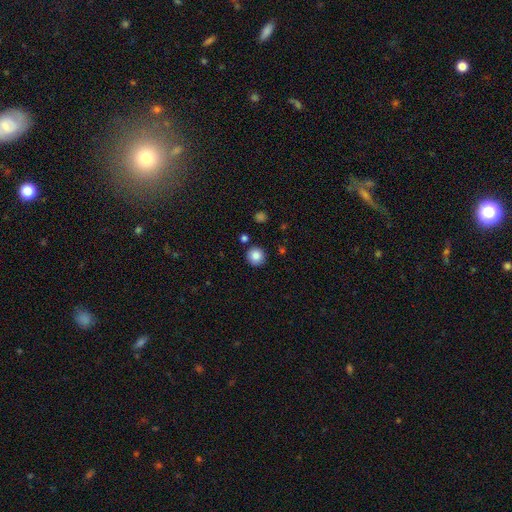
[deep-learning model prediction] A smooth galaxy with no disk features (86%) that is round (95%).

Vote fractions:
- Smooth or featured? smooth: 86% / star or artifact: 9% / featured or disk: 4%
- How rounded? round: 95% / in between: 4% / cigar-shaped: 1%
- Merging? none: 89% / minor disturbance: 6% / merger: 3% / major disturbance: 2%